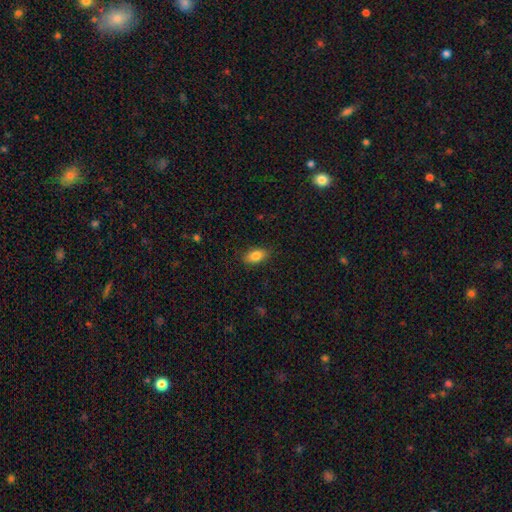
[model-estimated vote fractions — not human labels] This appears to be a smooth galaxy with no disk features (85%) that is in between round and cigar-shaped (90%). Merging: none (86%).